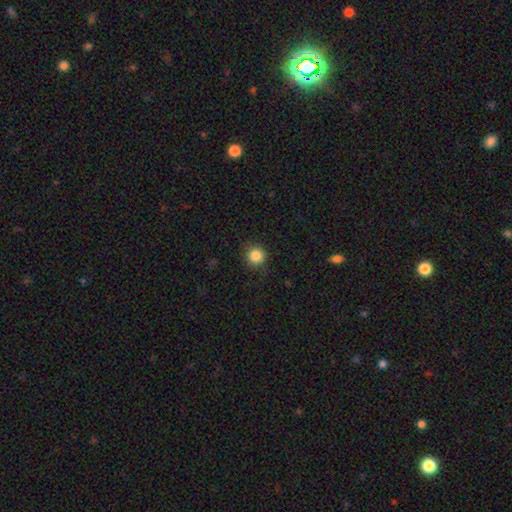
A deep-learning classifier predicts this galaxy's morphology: Smooth or featured: smooth — 86% (star or artifact — 10%)
How rounded: round — 94% (in between — 5%)
Merging: none — 87% (minor disturbance — 9%)